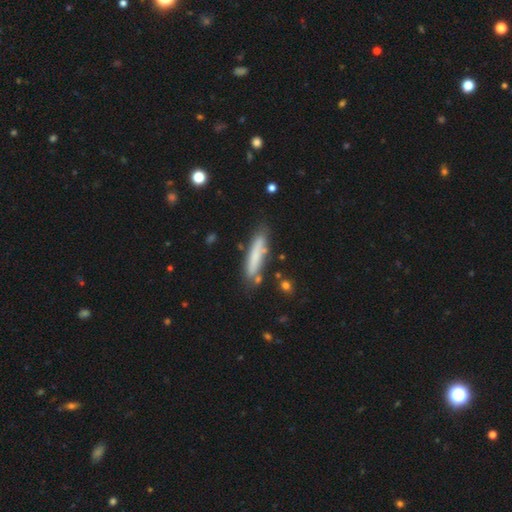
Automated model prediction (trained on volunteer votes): Smooth or featured?
  - smooth: 68% *
  - featured or disk: 25%
  - star or artifact: 7%
How rounded?
  - cigar-shaped: 83% *
  - in between: 15%
  - round: 1%
Merging?
  - none: 74% *
  - minor disturbance: 17%
  - merger: 5%
  - major disturbance: 4%